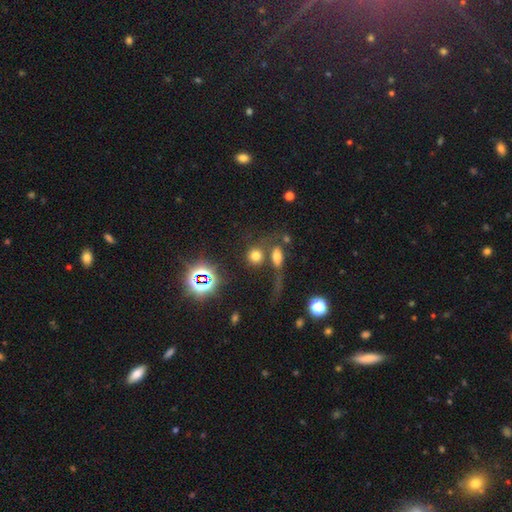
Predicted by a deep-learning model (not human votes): Morphology: type=smooth (67%); roundness=round (66%); merging=none (51%).